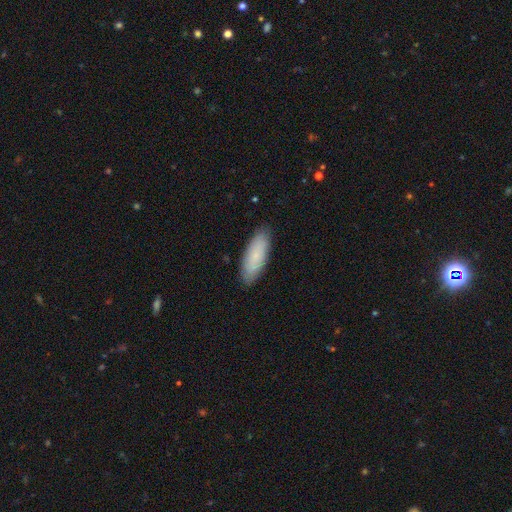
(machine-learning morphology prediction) A smooth galaxy with no disk features (81%) that is in between round and cigar-shaped (65%). Merging: none (88%).